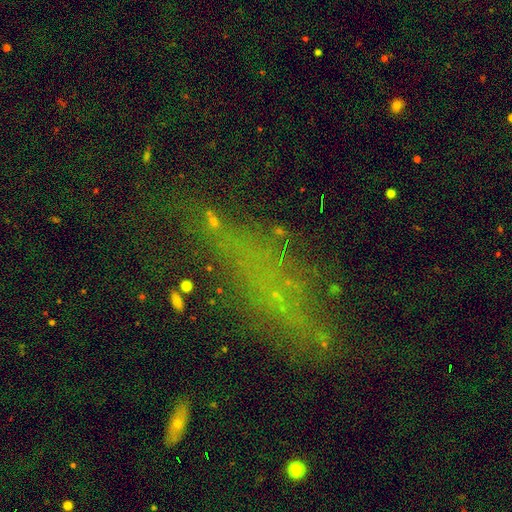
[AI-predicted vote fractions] Overall: star or artifact (41%; smooth 33%).